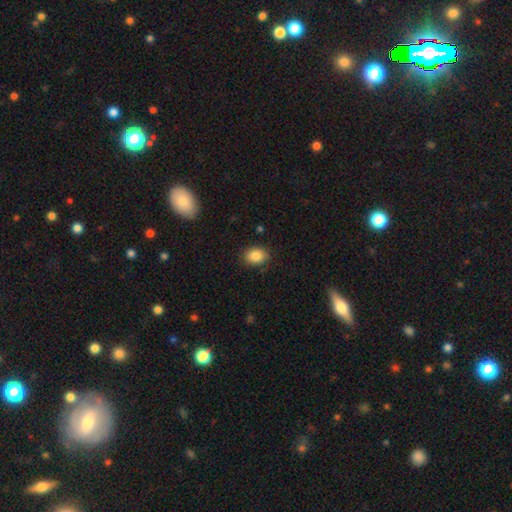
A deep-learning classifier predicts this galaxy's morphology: Overall: smooth (86%). How rounded: in between (60%; round 39%). Merging: none (85%).